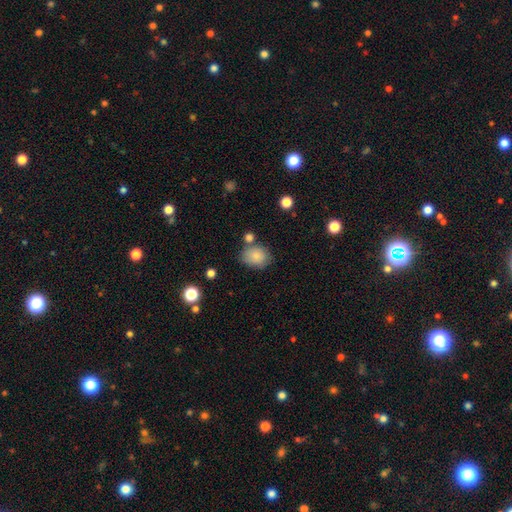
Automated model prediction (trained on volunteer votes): smooth-or-featured: smooth: 84% | star or artifact: 8% | featured or disk: 8%
  how-rounded: in between: 53% | round: 46% | cigar-shaped: 1%
  merging: none: 65% | minor disturbance: 18% | merger: 12% | major disturbance: 5%